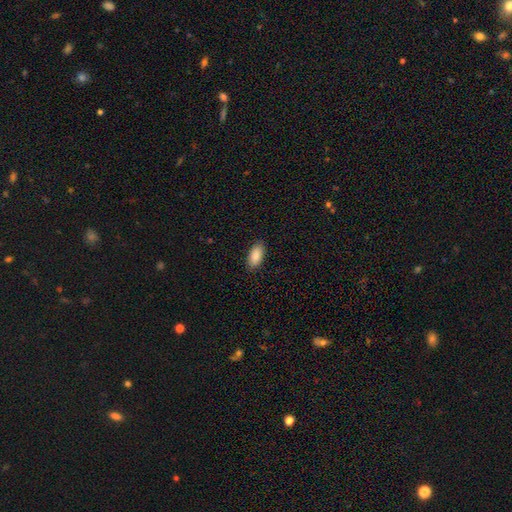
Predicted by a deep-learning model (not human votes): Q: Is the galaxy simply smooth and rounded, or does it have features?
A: smooth — 88%.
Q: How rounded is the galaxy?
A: in between — 92%.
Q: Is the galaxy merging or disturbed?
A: none — 89%.